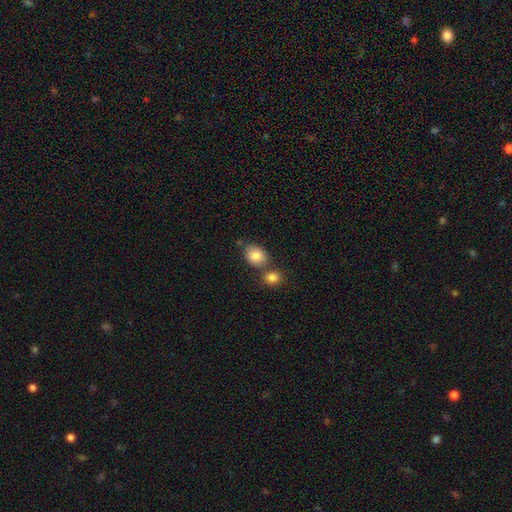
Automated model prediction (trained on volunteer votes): The model was most divided on "merging": none: 51%, merger: 32%, minor disturbance: 13%, major disturbance: 4%. More confident: smooth or featured — smooth (85%); how rounded — in between (62%).